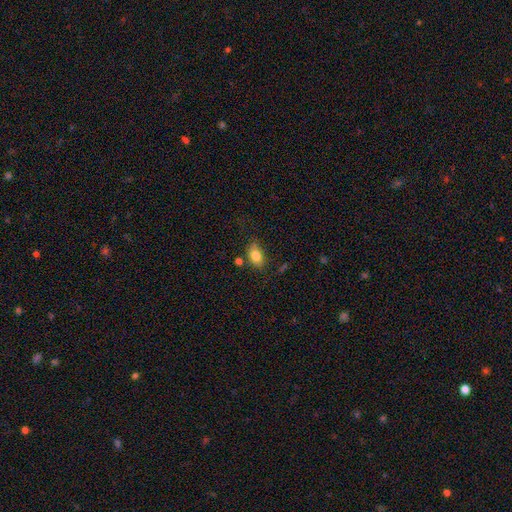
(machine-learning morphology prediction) This appears to be a smooth galaxy with no disk features (82%) that is in between round and cigar-shaped (83%). Merging: none (70%).